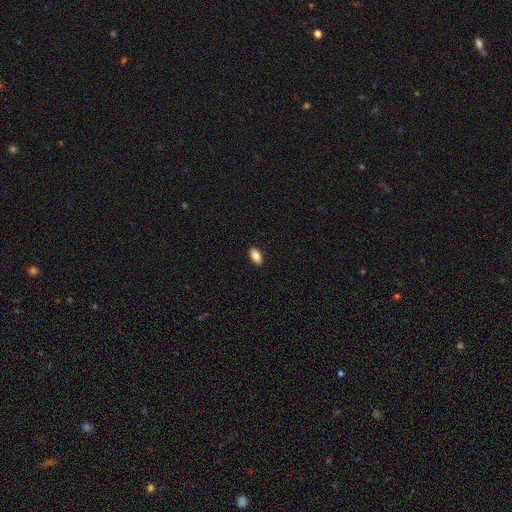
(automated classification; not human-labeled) The model was most divided on "smooth or featured": smooth: 88%, star or artifact: 7%, featured or disk: 5%. More confident: how rounded — in between (93%); merging — none (90%).